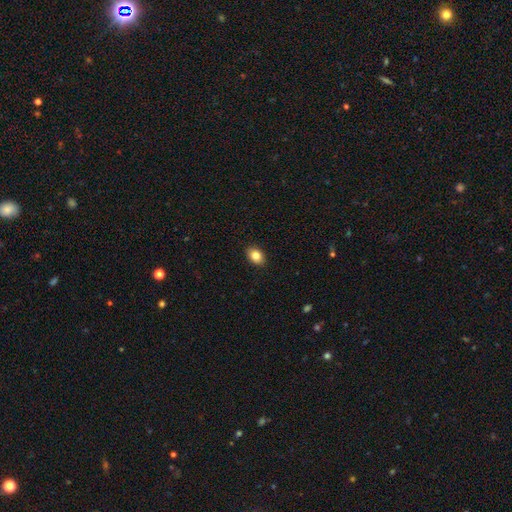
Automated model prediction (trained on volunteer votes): This appears to be a smooth galaxy with no disk features (84%) that is in between round and cigar-shaped (72%). Merging: none (91%).